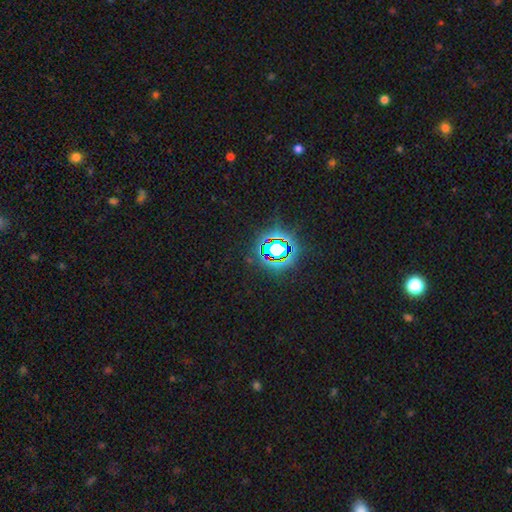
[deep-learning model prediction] This is clearly a star or artifact rather than a galaxy (83%).